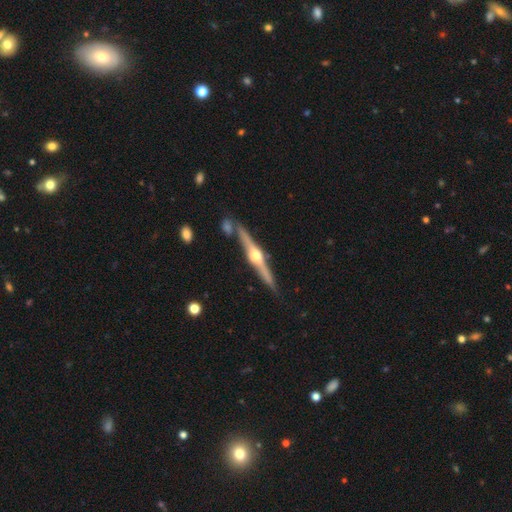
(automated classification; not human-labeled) featured or disk 83%, smooth 12%, star or artifact 5%. Down the decision tree: edge-on disk — yes (98%); edge-on bulge — rounded (95%); merging — none (82%).